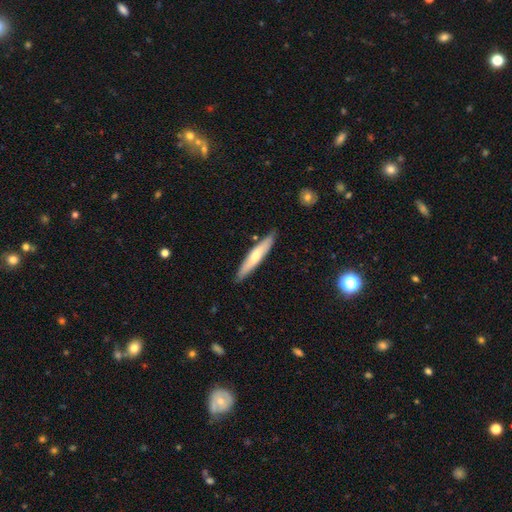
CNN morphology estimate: Q: Smooth or featured?
A: smooth (59%); runner-up: featured or disk (35%)
Q: How rounded?
A: cigar-shaped (90%); runner-up: in between (9%)
Q: Merging?
A: none (86%); runner-up: minor disturbance (11%)